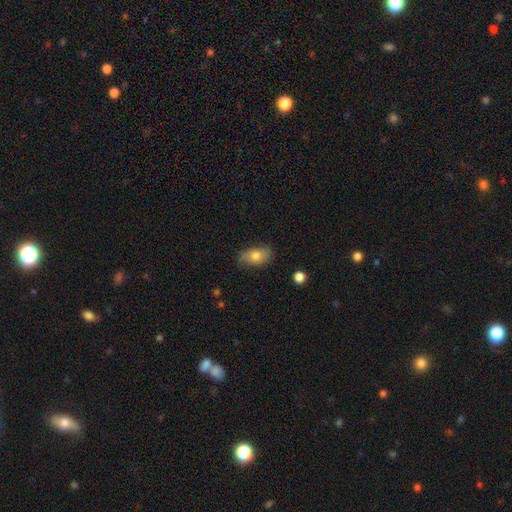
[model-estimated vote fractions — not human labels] smooth_or_featured: smooth (p=0.75) [alt: featured or disk p=0.17]
how_rounded: in between (p=0.90) [alt: round p=0.07]
merging: none (p=0.78) [alt: minor disturbance p=0.17]